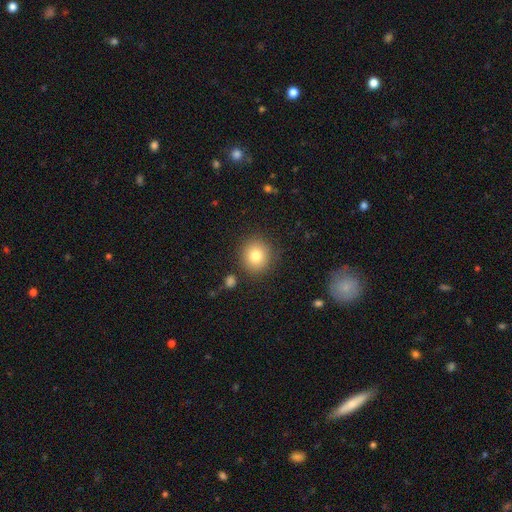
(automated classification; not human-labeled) Q: Smooth or featured?
A: smooth (80%); runner-up: star or artifact (10%)
Q: How rounded?
A: round (85%); runner-up: in between (14%)
Q: Merging?
A: none (85%); runner-up: minor disturbance (9%)